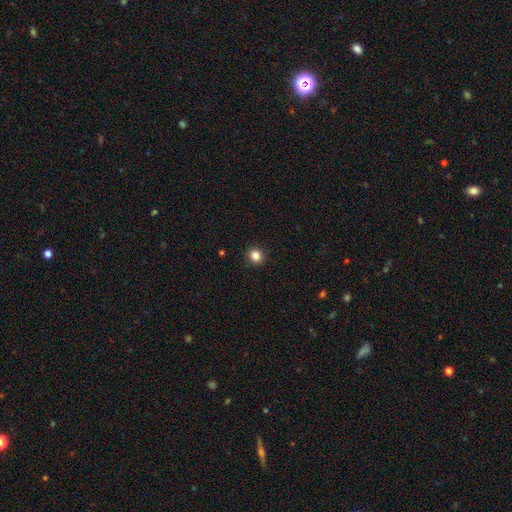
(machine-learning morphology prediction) This is clearly a smooth galaxy (84%). How rounded: clearly round (86%). Merging: clearly none (92%).